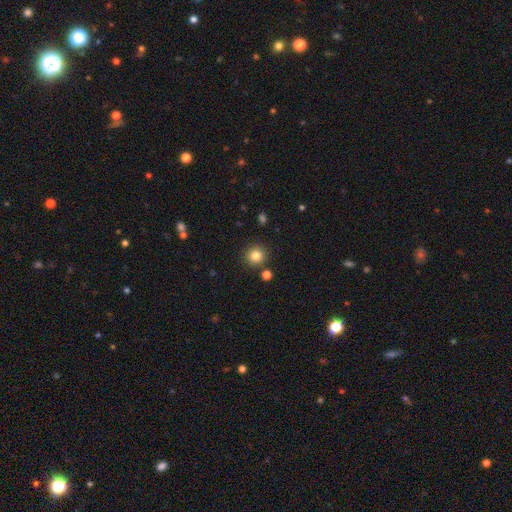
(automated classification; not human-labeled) Smooth or featured? smooth (82%)
How rounded? round (92%)
Merging? none (87%)